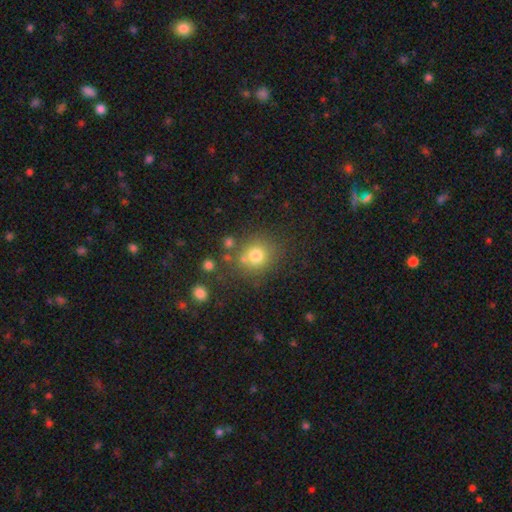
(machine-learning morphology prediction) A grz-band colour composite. It shows a smooth galaxy with no disk features (76%) that is round (85%). Merging: none (71%).